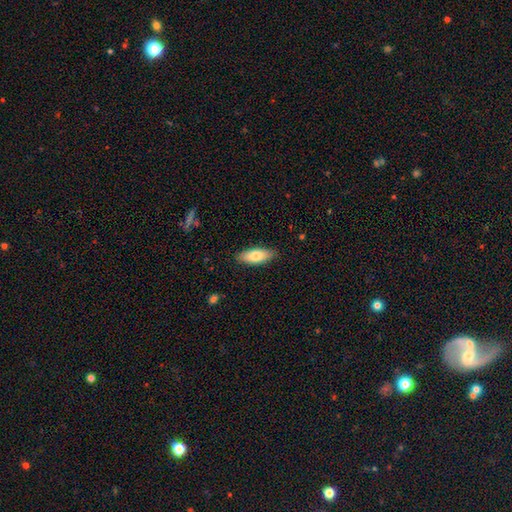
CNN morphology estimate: Overall: smooth (79%). How rounded: in between (77%). Merging: none (86%).